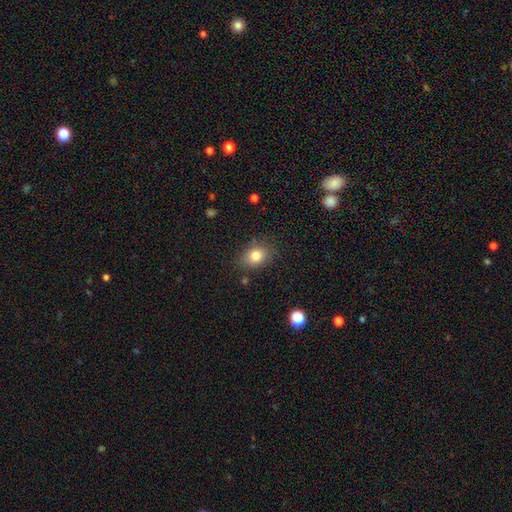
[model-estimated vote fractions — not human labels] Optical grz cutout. It shows a smooth galaxy with no disk features (79%) that is in between round and cigar-shaped (63%). Merging: none (82%).